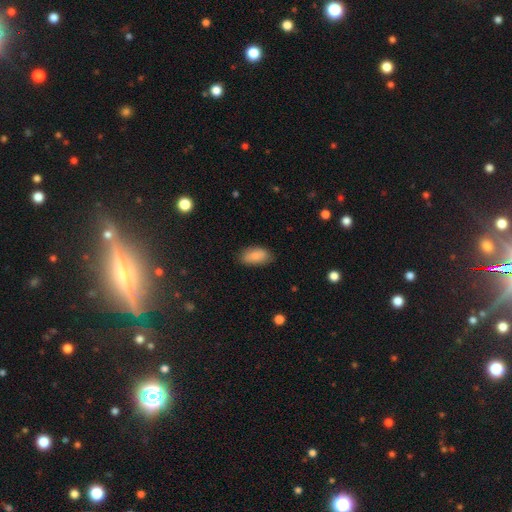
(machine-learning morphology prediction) Q: Smooth or featured?
A: smooth (84%); runner-up: featured or disk (10%)
Q: How rounded?
A: in between (92%); runner-up: cigar-shaped (4%)
Q: Merging?
A: none (81%); runner-up: minor disturbance (15%)